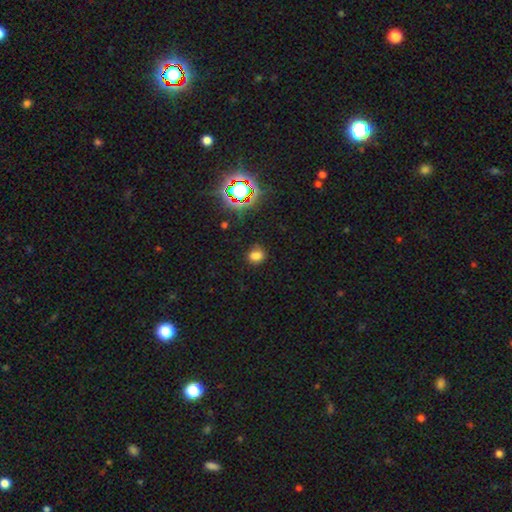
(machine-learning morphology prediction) Smooth or featured? smooth (71%)
How rounded? round (54%)
Merging? none (74%)